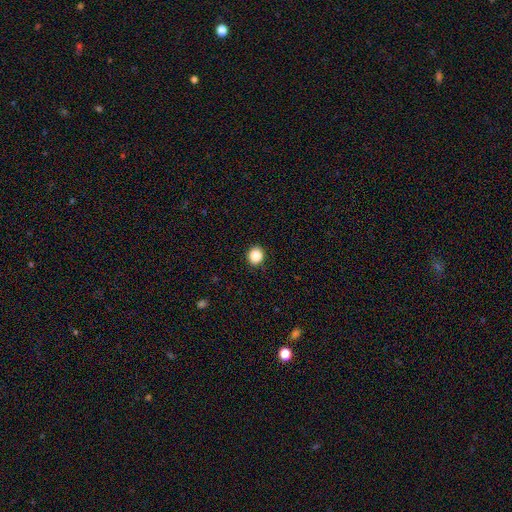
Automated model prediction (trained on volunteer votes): A smooth galaxy with no disk features (86%) that is round (85%). Merging: none (91%).